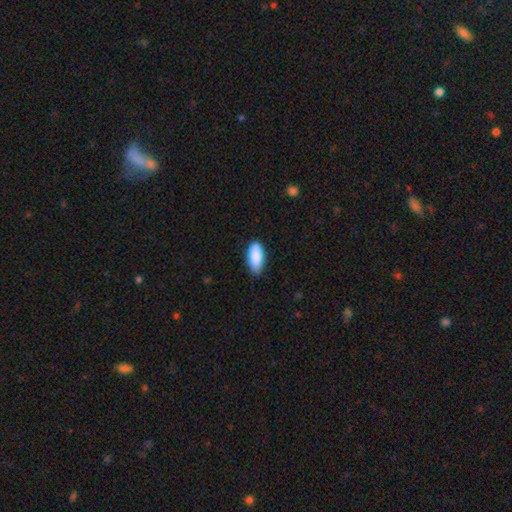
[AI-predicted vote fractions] Morphology: type=smooth (88%); roundness=in between (81%); merging=none (81%).